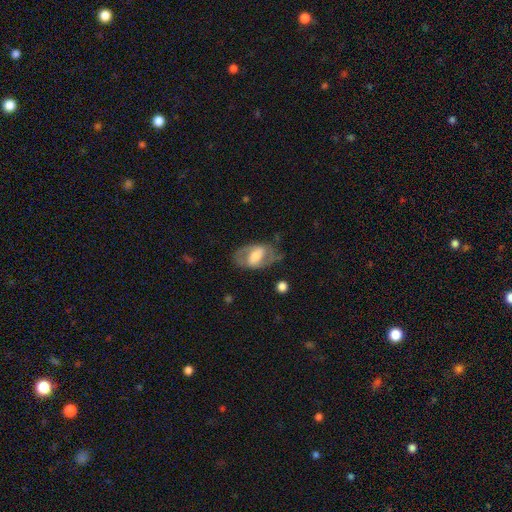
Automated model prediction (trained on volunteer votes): Smooth or featured? featured or disk (61%)
Edge-on disk? no (93%)
Bar? strong (39%, tied with weak)
Spiral arms? yes (63%)
Bulge size? moderate (48%)
Merging? none (61%)